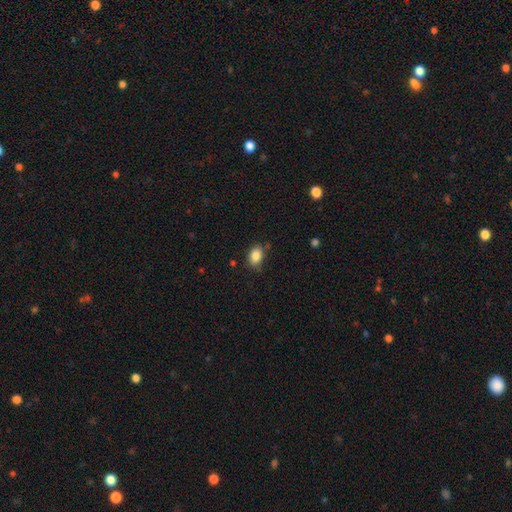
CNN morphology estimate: Smooth or featured? Predicted: smooth (p=0.86). How rounded? Predicted: in between (p=0.81). Merging? Predicted: none (p=0.81).